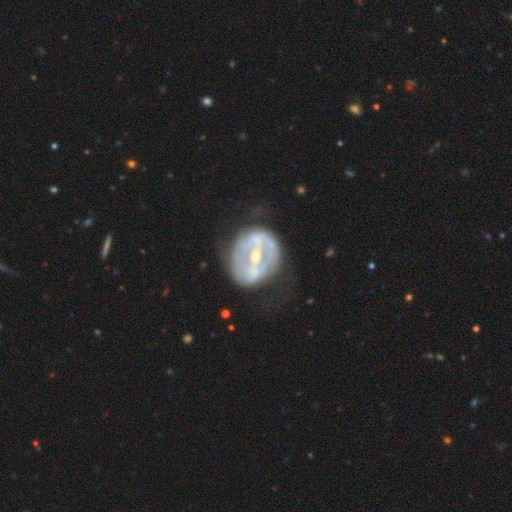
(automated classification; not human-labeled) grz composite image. It shows a featured or disk galaxy (81%) with a strong bar (62%), no spiral arms (51%) and a small central bulge (55%). Merging: none (57%).